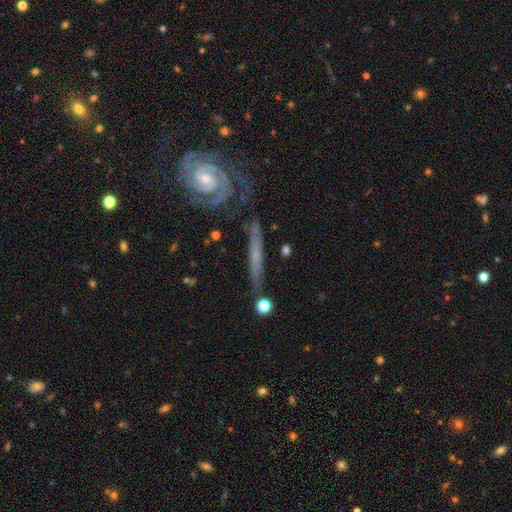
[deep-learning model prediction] Q: Smooth or featured?
A: featured or disk (68%); runner-up: smooth (24%)
Q: Edge-on disk?
A: yes (60%); runner-up: no (40%)
Q: Merging?
A: none (74%); runner-up: minor disturbance (15%)